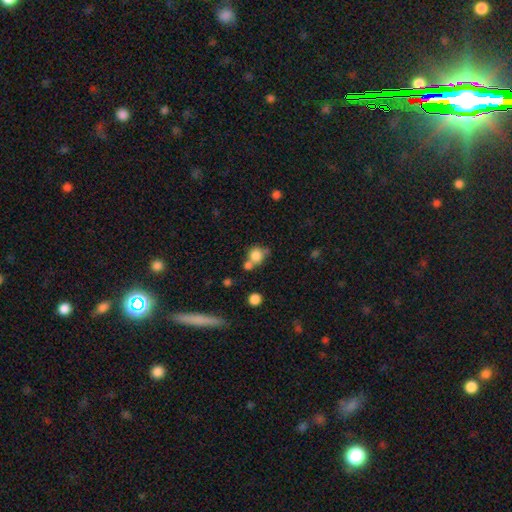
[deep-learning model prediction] smooth_or_featured: smooth (p=0.80) [alt: star or artifact p=0.11]
how_rounded: round (p=0.84) [alt: in between p=0.15]
merging: none (p=0.48) [alt: merger p=0.35]